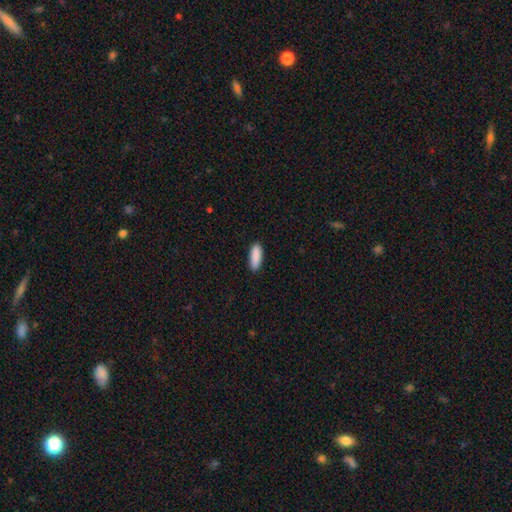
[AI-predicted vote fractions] Smooth or featured? smooth (90%)
How rounded? in between (59%)
Merging? none (90%)